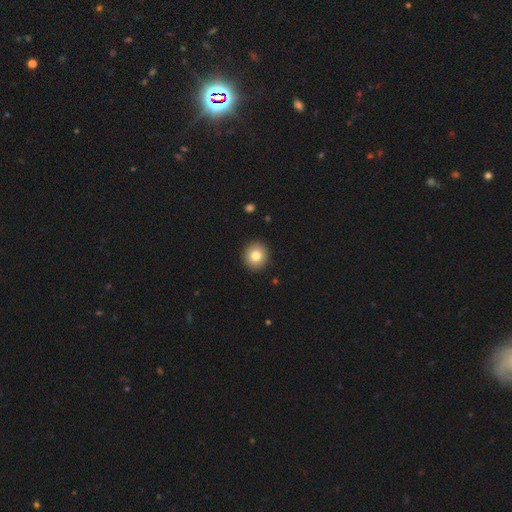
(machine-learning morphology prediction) smooth_or_featured: smooth (p=0.80) [alt: featured or disk p=0.11]
how_rounded: round (p=0.90) [alt: in between p=0.09]
merging: none (p=0.92) [alt: minor disturbance p=0.05]